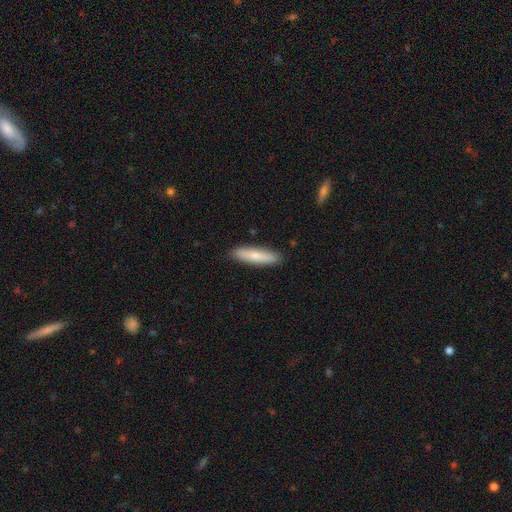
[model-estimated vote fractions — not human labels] Smooth or featured? smooth (70%)
How rounded? cigar-shaped (78%)
Merging? none (89%)